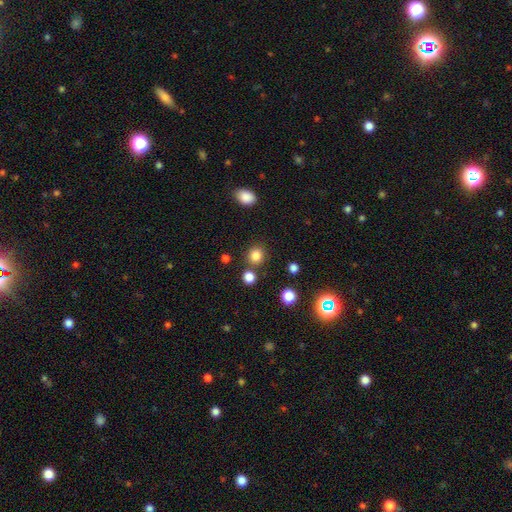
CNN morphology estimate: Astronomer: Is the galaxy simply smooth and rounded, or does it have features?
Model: smooth — 83%.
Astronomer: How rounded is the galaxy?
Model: round — 85%.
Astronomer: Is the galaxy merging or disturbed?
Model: none — 79%.